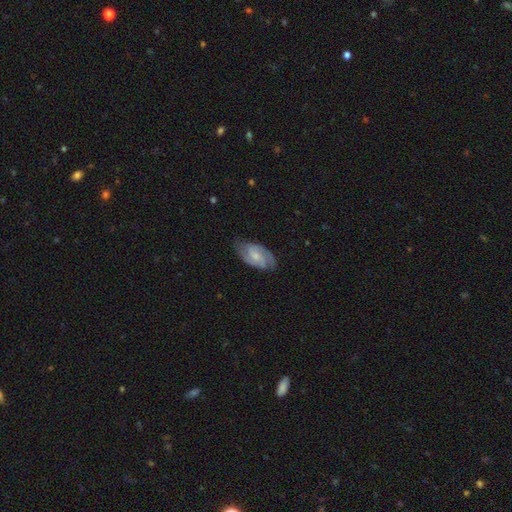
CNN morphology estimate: A featured or disk galaxy (74%) with no bar (46%), 2 (75%) medium (47%) spiral arms (95%) and a small central bulge (50%).

Vote fractions:
- Smooth or featured? featured or disk: 74% / smooth: 20% / star or artifact: 5%
- Edge-on disk? no: 96% / yes: 4%
- Bar? no: 46% / weak: 45% / strong: 9%
- Spiral arms? yes: 95% / no: 5%
- Spiral winding? medium: 47% / tight: 39% / loose: 13%
- Spiral arm count? 2: 75% / can't tell: 11% / 3: 8% / 1: 2% / 4: 2% / more than 4: 2%
- Bulge size? small: 50% / moderate: 34% / none: 12% / large: 3% / dominant: 1%
- Merging? none: 72% / minor disturbance: 21% / major disturbance: 6% / merger: 1%